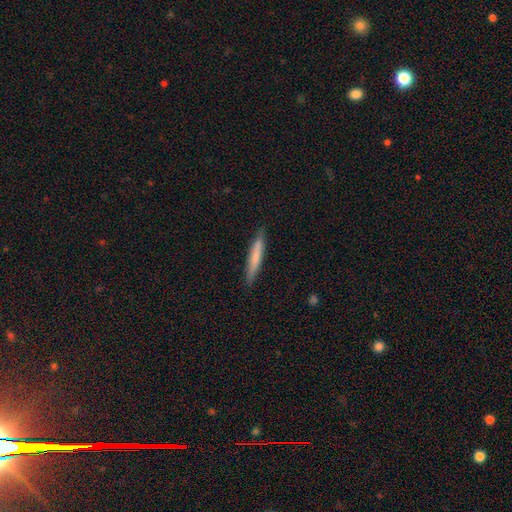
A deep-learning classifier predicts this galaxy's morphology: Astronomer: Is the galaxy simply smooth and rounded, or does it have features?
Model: smooth — 69%.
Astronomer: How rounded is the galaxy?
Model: cigar-shaped — 94%.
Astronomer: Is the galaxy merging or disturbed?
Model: none — 87%.